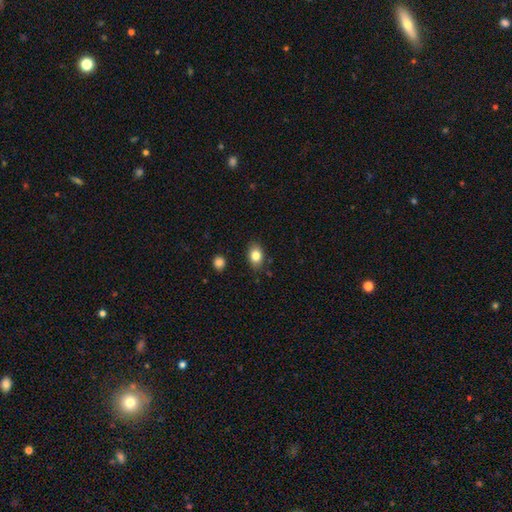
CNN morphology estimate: smooth_or_featured: smooth (p=0.83) [alt: star or artifact p=0.09]
how_rounded: in between (p=0.76) [alt: round p=0.23]
merging: none (p=0.84) [alt: minor disturbance p=0.12]